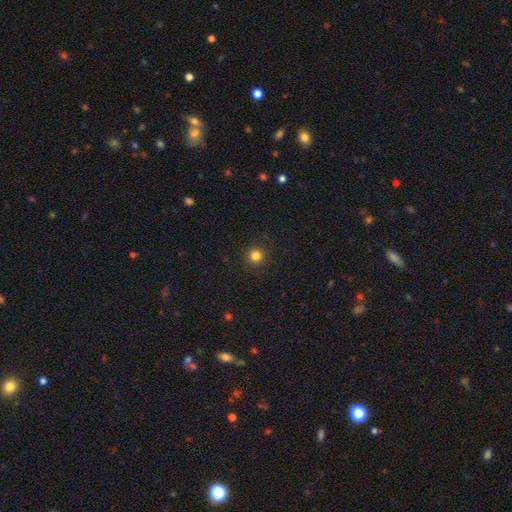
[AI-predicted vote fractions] This appears to be a smooth galaxy with no disk features (82%) that is round (95%). Merging: none (91%).